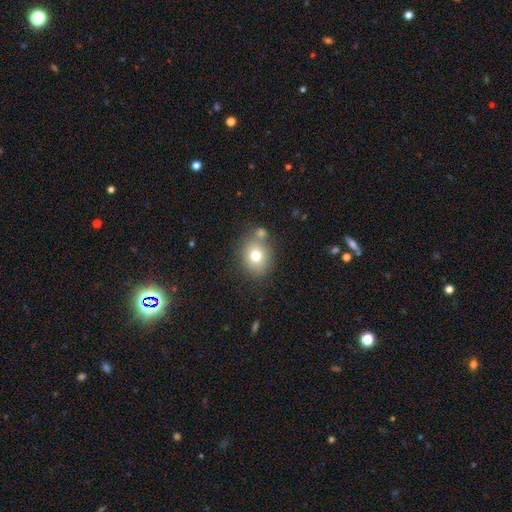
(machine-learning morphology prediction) smooth 74%, featured or disk 14%, star or artifact 12%. Down the decision tree: how rounded — round (63%); merging — none (64%).